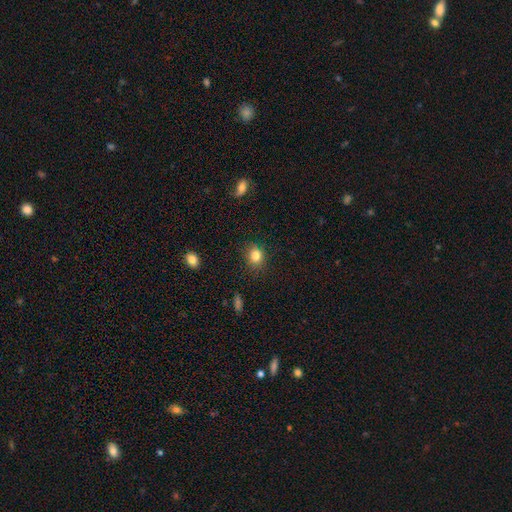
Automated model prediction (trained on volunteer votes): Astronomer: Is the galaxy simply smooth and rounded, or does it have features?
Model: smooth — 82%.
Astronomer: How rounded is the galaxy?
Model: round — 73%.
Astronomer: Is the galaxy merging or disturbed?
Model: none — 86%.